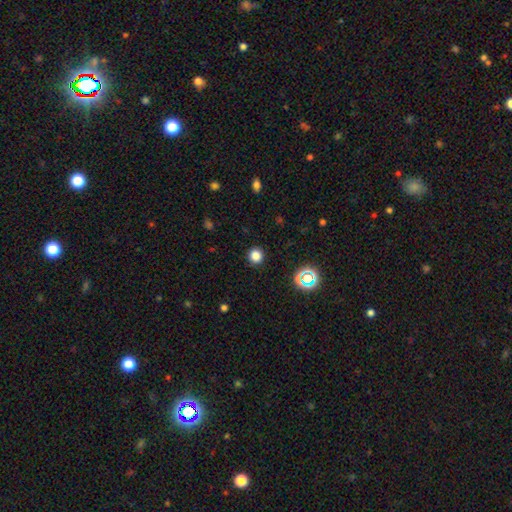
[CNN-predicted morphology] Smooth or featured? smooth (79%)
How rounded? round (93%)
Merging? none (90%)